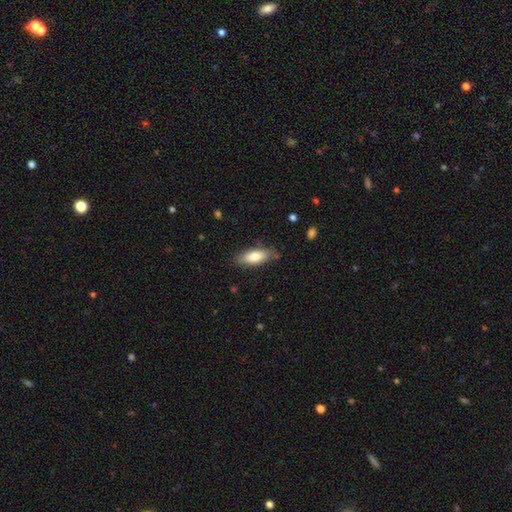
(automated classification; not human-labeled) Q: Smooth or featured?
A: smooth (77%); runner-up: featured or disk (16%)
Q: How rounded?
A: in between (69%); runner-up: cigar-shaped (29%)
Q: Merging?
A: none (82%); runner-up: minor disturbance (14%)